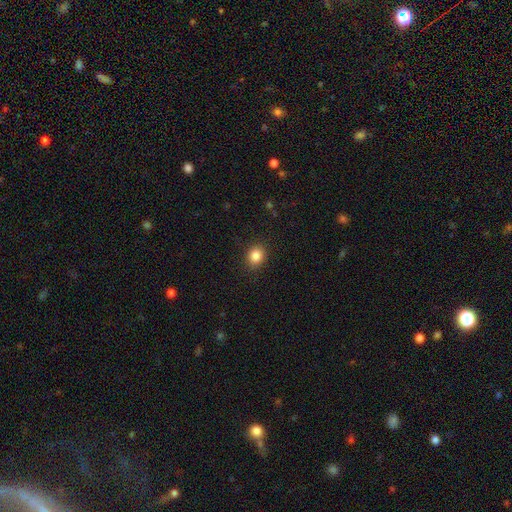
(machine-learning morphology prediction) smooth_or_featured: smooth (p=0.85) [alt: star or artifact p=0.10]
how_rounded: round (p=0.67) [alt: in between p=0.32]
merging: none (p=0.89) [alt: minor disturbance p=0.08]